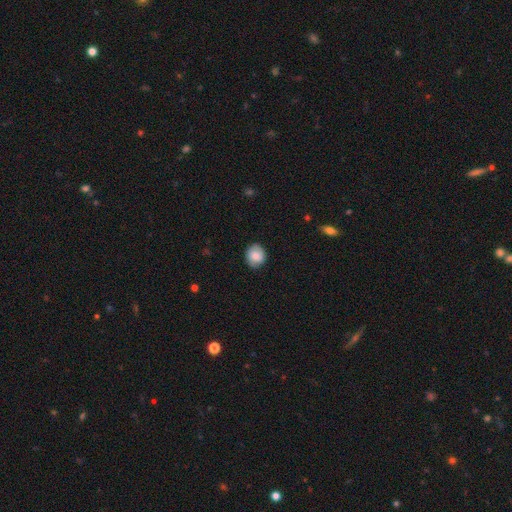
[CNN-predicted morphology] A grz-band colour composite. It shows a smooth galaxy with no disk features (76%) that is round (71%). Merging: none (83%).